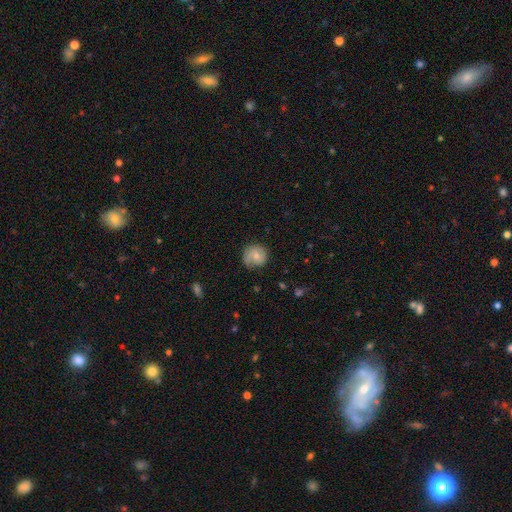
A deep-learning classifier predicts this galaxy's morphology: Smooth or featured? Predicted: smooth (p=0.61). How rounded? Predicted: round (p=0.86). Merging? Predicted: none (p=0.65).